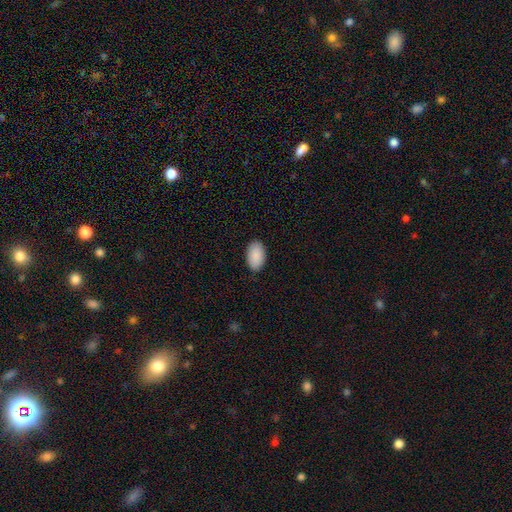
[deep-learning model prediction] A smooth galaxy with no disk features (91%) that is in between round and cigar-shaped (95%).

Vote fractions:
- Smooth or featured? smooth: 91% / star or artifact: 6% / featured or disk: 3%
- How rounded? in between: 95% / round: 3% / cigar-shaped: 1%
- Merging? none: 89% / minor disturbance: 8% / major disturbance: 2% / merger: 1%